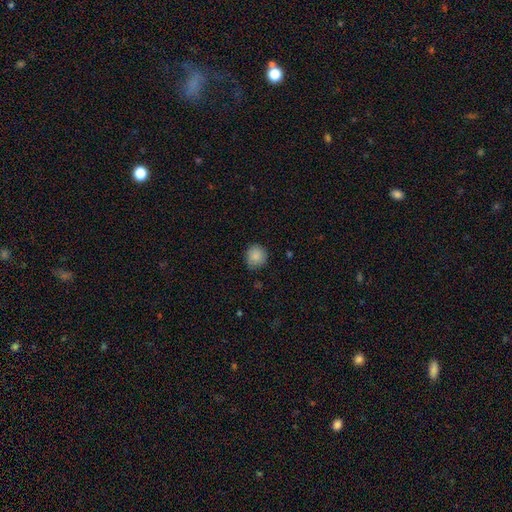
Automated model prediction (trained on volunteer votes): A smooth galaxy with no disk features (87%) that is round (89%).

Vote fractions:
- Smooth or featured? smooth: 87% / star or artifact: 8% / featured or disk: 5%
- How rounded? round: 89% / in between: 10% / cigar-shaped: 1%
- Merging? none: 83% / minor disturbance: 13% / major disturbance: 2% / merger: 1%